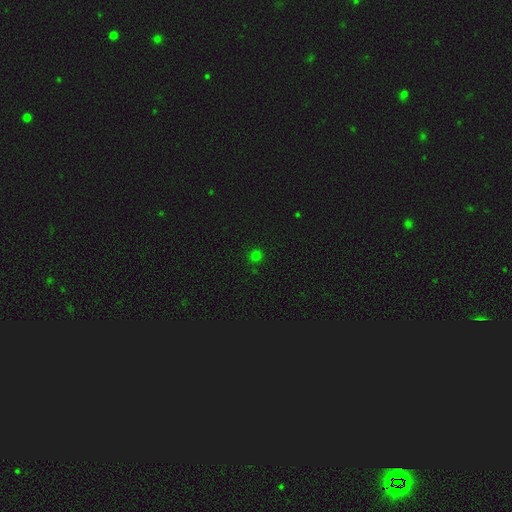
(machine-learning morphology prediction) Smooth or featured? smooth (73%)
How rounded? round (93%)
Merging? none (91%)